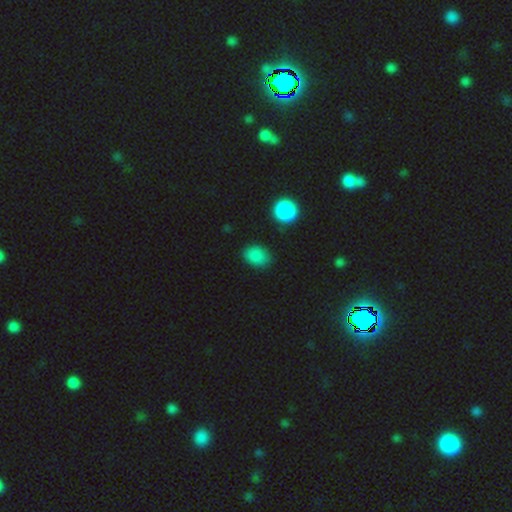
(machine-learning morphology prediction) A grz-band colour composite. It shows a smooth galaxy with no disk features (86%) that is in between round and cigar-shaped (66%). Merging: none (82%).